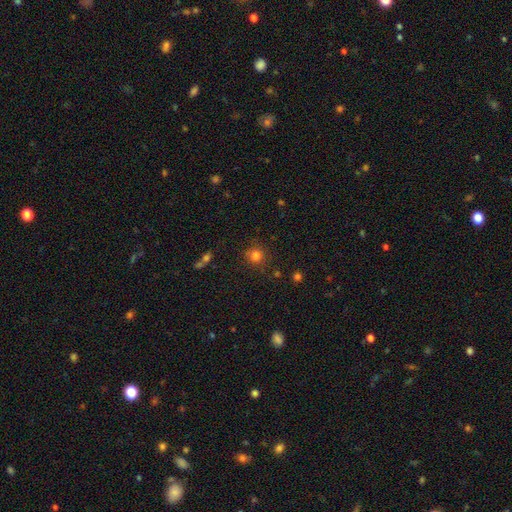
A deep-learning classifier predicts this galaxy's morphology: Smooth or featured? Predicted: smooth (p=0.80). How rounded? Predicted: round (p=0.92). Merging? Predicted: none (p=0.84).